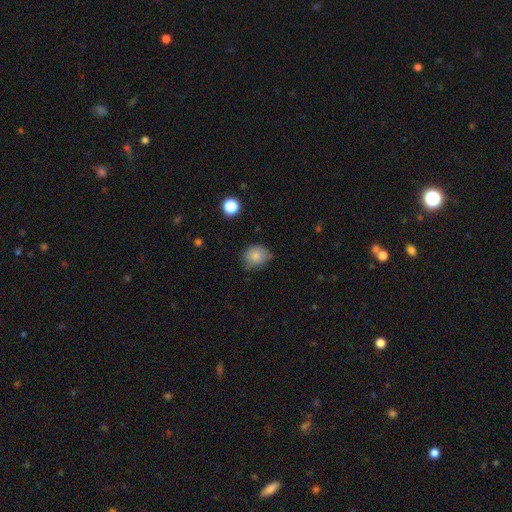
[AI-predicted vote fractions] smooth_or_featured: smooth (p=0.80) [alt: featured or disk p=0.10]
how_rounded: round (p=0.67) [alt: in between p=0.32]
merging: none (p=0.64) [alt: minor disturbance p=0.28]